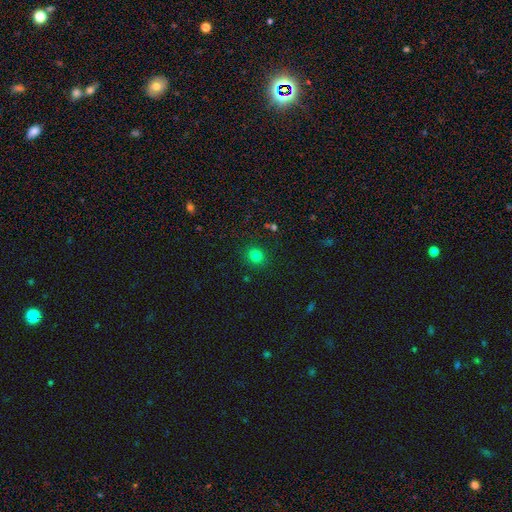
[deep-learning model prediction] Smooth or featured: smooth — 80% (star or artifact — 15%)
How rounded: round — 79% (in between — 20%)
Merging: none — 89% (minor disturbance — 7%)